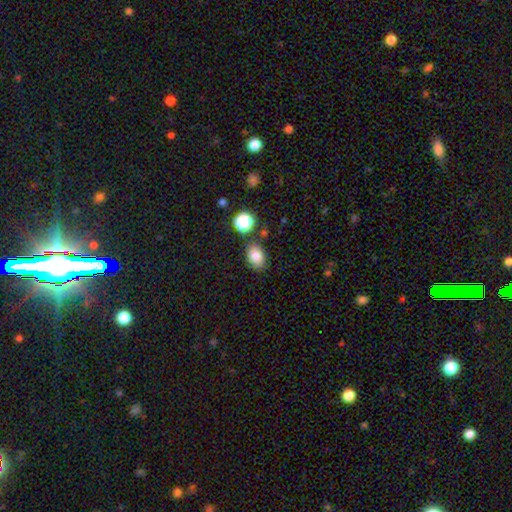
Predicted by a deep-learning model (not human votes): Overall: smooth (83%). How rounded: in between (79%). Merging: none (80%).